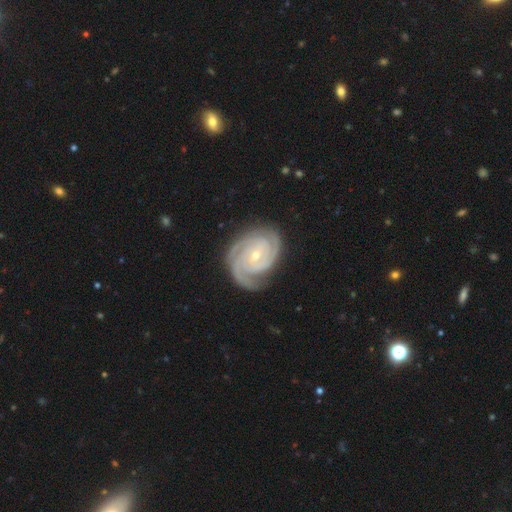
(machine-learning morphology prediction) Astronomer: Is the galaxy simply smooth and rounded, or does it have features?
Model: featured or disk — 92%.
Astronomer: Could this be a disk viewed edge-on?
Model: no — 98%.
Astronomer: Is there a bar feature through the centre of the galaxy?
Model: no — 61%.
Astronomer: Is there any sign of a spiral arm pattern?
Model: yes — 99%.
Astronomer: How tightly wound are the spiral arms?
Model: tight — 78%.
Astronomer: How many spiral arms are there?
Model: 3 — 42% (runner-up: 2, 27%).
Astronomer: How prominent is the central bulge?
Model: small — 70%.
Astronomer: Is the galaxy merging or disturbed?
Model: none — 77%.